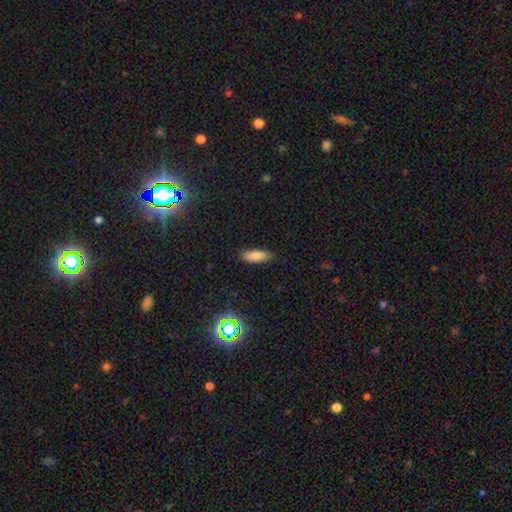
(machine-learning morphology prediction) Overall: smooth (84%). How rounded: in between (61%; cigar-shaped 37%). Merging: none (81%).